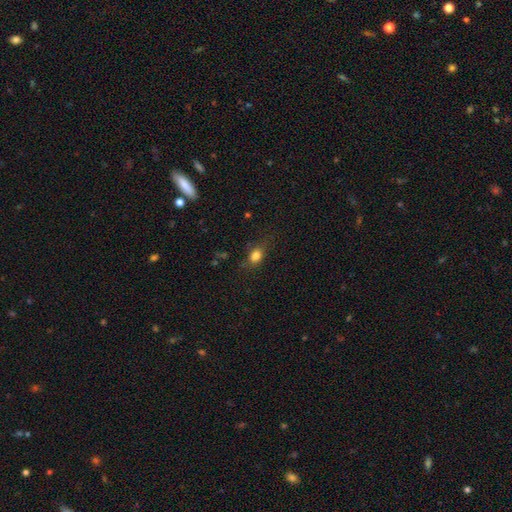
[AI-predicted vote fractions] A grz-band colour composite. It shows a smooth galaxy with no disk features (80%) that is in between round and cigar-shaped (61%). Merging: none (69%).